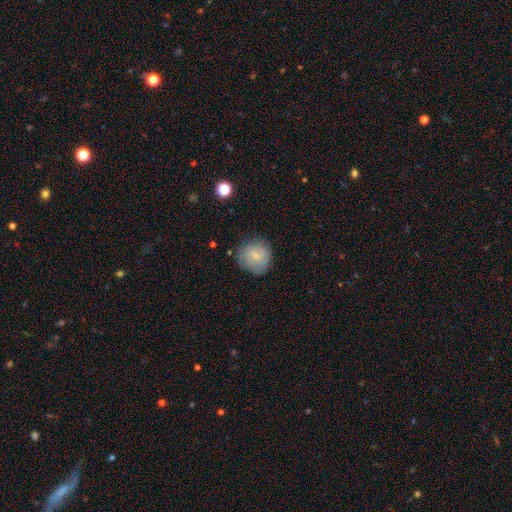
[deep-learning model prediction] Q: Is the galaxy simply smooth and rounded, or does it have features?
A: smooth — 46%.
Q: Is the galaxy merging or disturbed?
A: none — 76%.